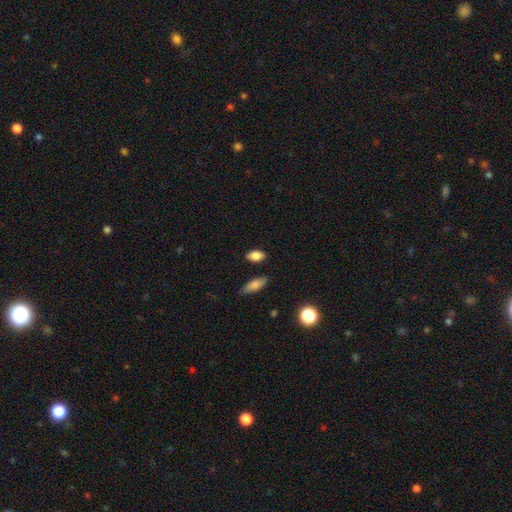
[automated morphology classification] type=smooth (85%); roundness=in between (88%); merging=none (83%).